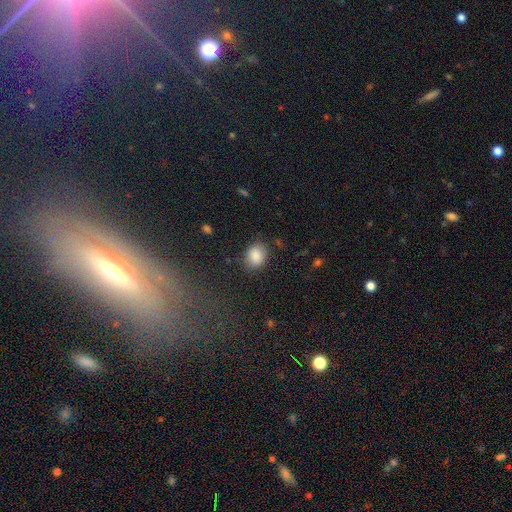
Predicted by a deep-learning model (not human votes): Smooth or featured? smooth (87%)
How rounded? in between (55%)
Merging? none (79%)